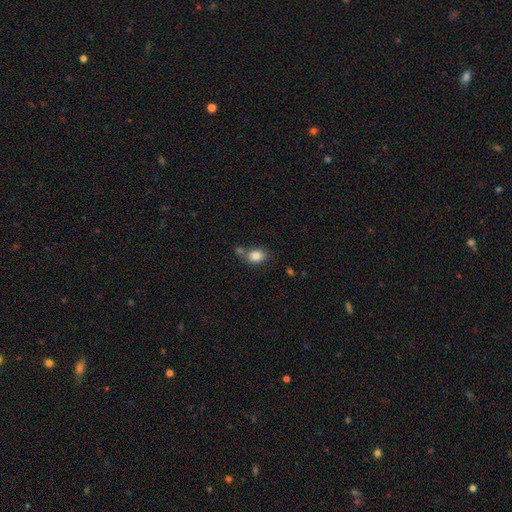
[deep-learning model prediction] The model was most divided on "how rounded": in between: 59%, round: 40%, cigar-shaped: 1%. More confident: smooth or featured — smooth (84%); merging — none (53%).